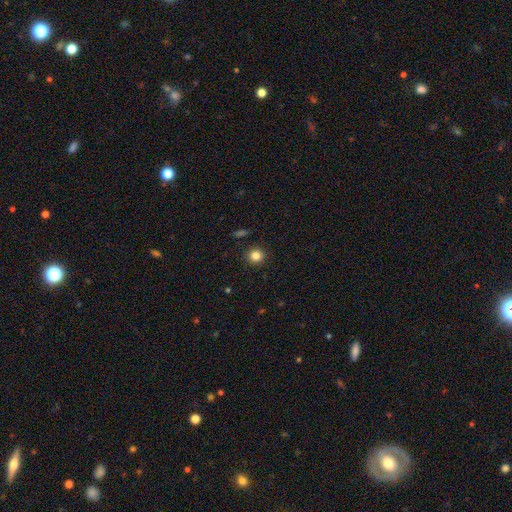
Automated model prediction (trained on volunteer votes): Q: Smooth or featured?
A: smooth (83%); runner-up: star or artifact (12%)
Q: How rounded?
A: round (93%); runner-up: in between (6%)
Q: Merging?
A: none (92%); runner-up: minor disturbance (5%)